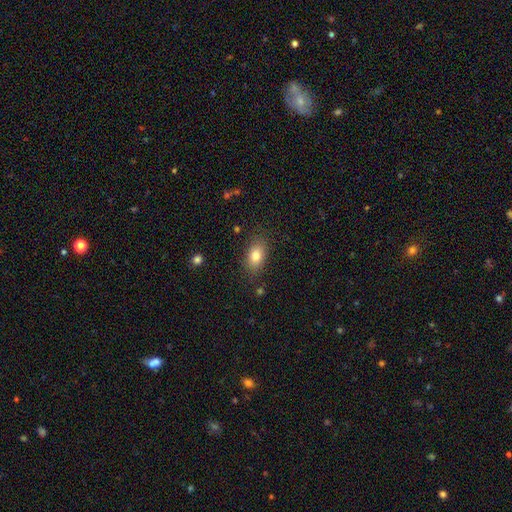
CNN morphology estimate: smooth 80%, featured or disk 11%, star or artifact 9%. Down the decision tree: how rounded — in between (84%); merging — none (83%).